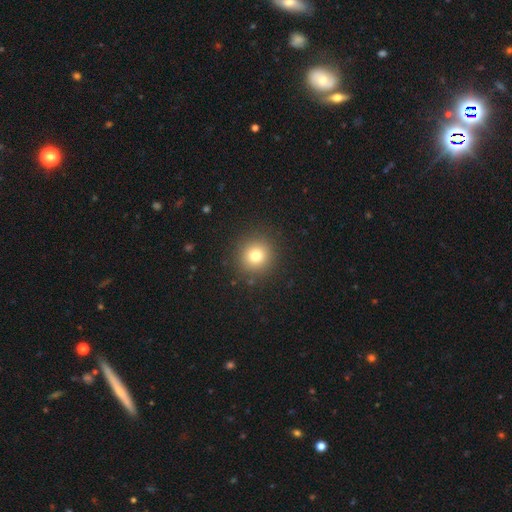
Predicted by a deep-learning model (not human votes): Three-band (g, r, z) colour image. It shows a smooth galaxy with no disk features (77%) that is round (92%). Merging: none (90%).